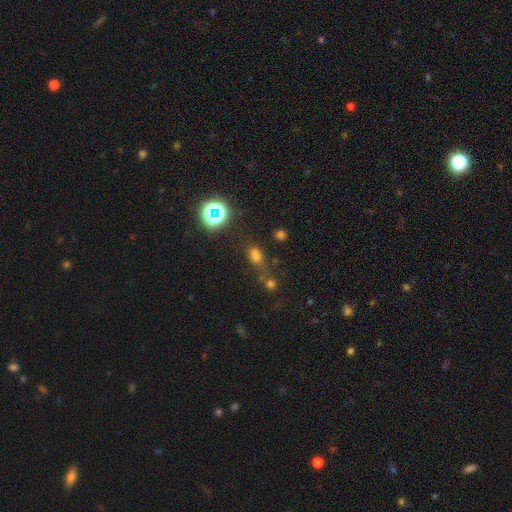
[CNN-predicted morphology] Smooth or featured? Predicted: smooth (p=0.58). How rounded? Predicted: in between (p=0.58). Merging? Predicted: none (p=0.51).